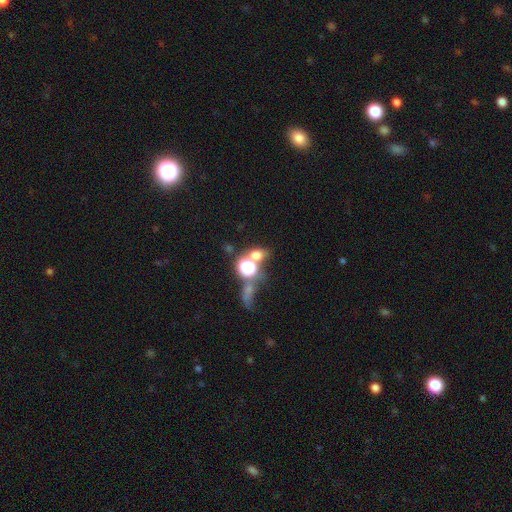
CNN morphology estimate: smooth 59%, star or artifact 30%, featured or disk 11%. Down the decision tree: how rounded — round (54%); merging — none (46%).